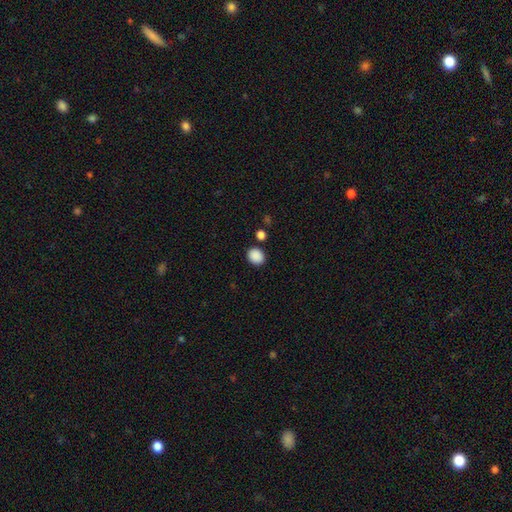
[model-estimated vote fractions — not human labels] smooth 88%, star or artifact 9%, featured or disk 3%. Down the decision tree: how rounded — round (62%); merging — none (85%).